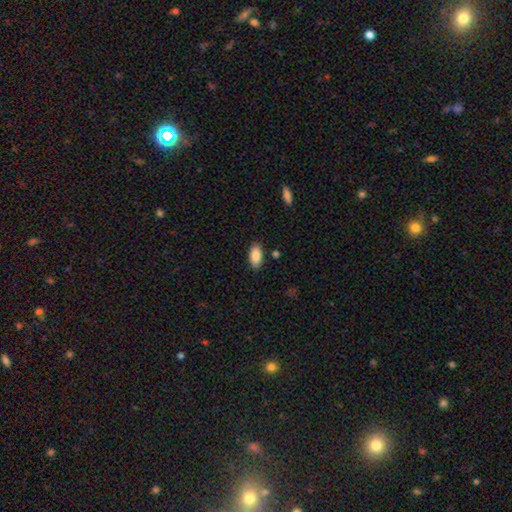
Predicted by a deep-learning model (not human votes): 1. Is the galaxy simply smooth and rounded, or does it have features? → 89% smooth, 7% star or artifact, 5% featured or disk.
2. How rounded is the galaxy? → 93% in between, 5% cigar-shaped, 2% round.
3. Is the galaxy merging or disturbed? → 86% none, 10% minor disturbance, 2% major disturbance, 2% merger.